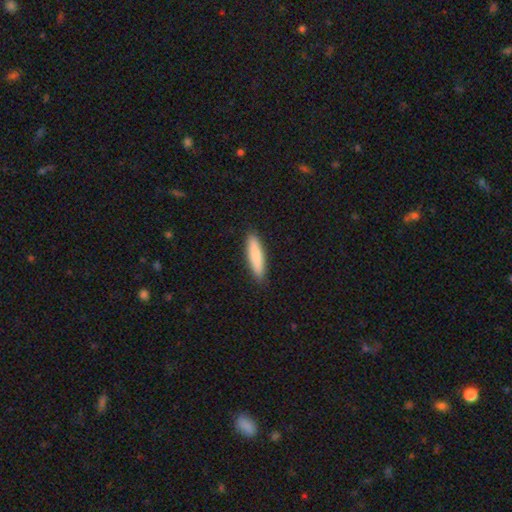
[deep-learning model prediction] The model was most divided on "how rounded": cigar-shaped: 81%, in between: 18%, round: 1%. More confident: merging — none (89%); smooth or featured — smooth (84%).